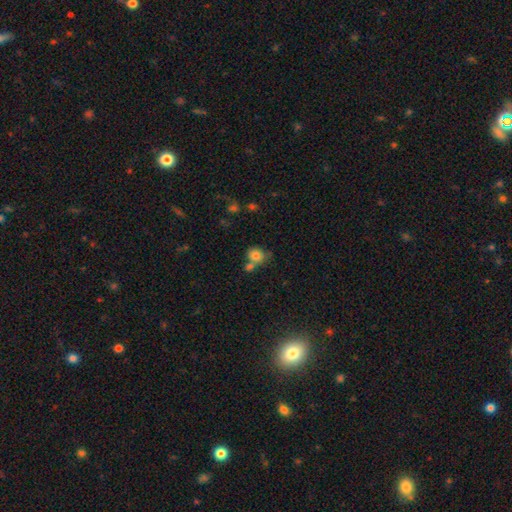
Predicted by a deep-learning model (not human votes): A smooth galaxy with no disk features (79%) that is round (71%). Merging: none (50%).